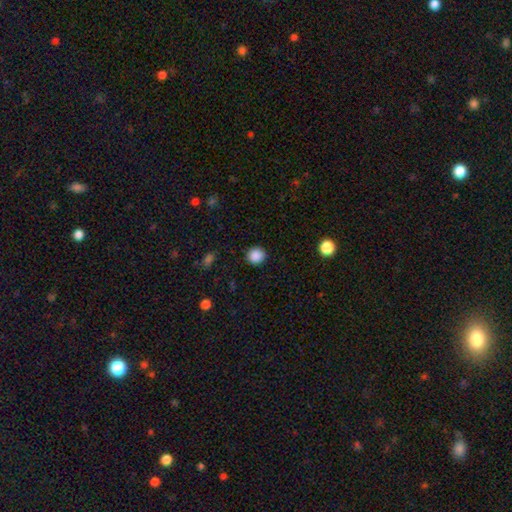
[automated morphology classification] Smooth or featured? Predicted: smooth (p=0.88). How rounded? Predicted: round (p=0.89). Merging? Predicted: none (p=0.91).